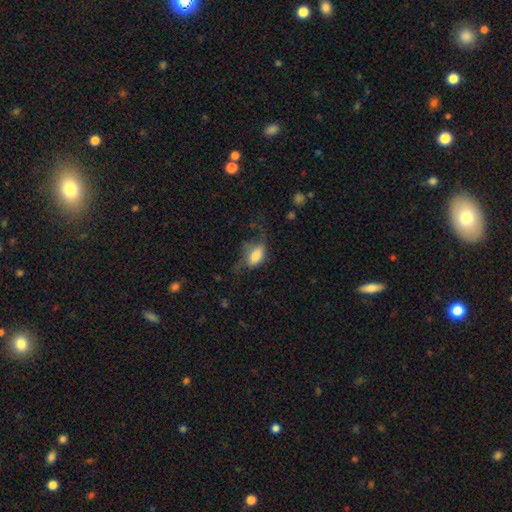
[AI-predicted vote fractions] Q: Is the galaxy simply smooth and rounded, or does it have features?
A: smooth — 68%.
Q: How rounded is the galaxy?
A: in between — 87%.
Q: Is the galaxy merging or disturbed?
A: major disturbance — 40%.